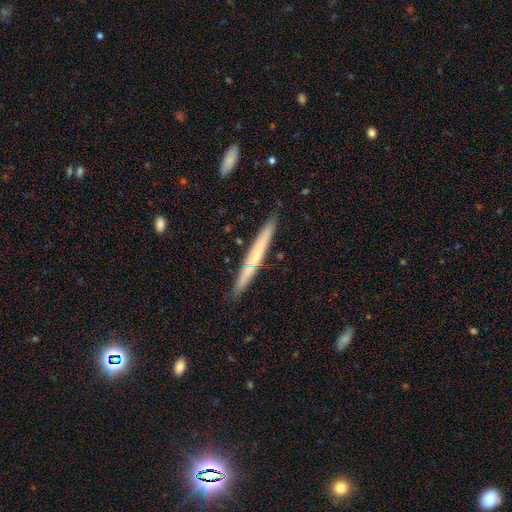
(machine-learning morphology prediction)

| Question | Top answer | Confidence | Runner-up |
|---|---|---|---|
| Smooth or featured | featured or disk | 47% | tied: smooth (47%) |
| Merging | none | 86% | minor disturbance (10%) |